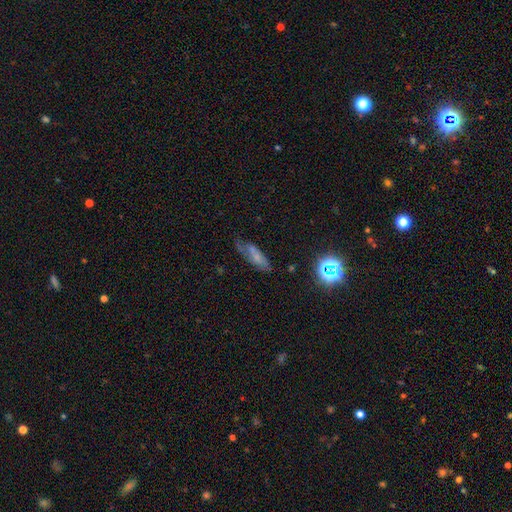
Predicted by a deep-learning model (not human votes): A smooth galaxy with no disk features (45%).

Vote fractions:
- Smooth or featured? smooth: 45% / featured or disk: 37% / star or artifact: 18%
- Merging? none: 48% / minor disturbance: 30% / major disturbance: 17% / merger: 5%